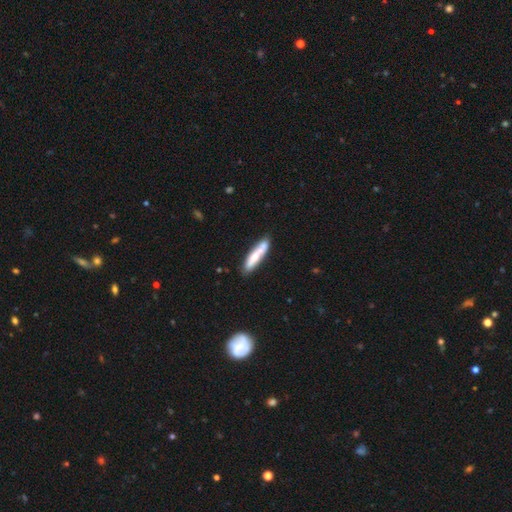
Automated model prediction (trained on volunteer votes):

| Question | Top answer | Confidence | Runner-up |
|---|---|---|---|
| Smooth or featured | smooth | 61% | featured or disk (33%) |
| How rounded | cigar-shaped | 82% | in between (16%) |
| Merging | none | 66% | minor disturbance (17%) |